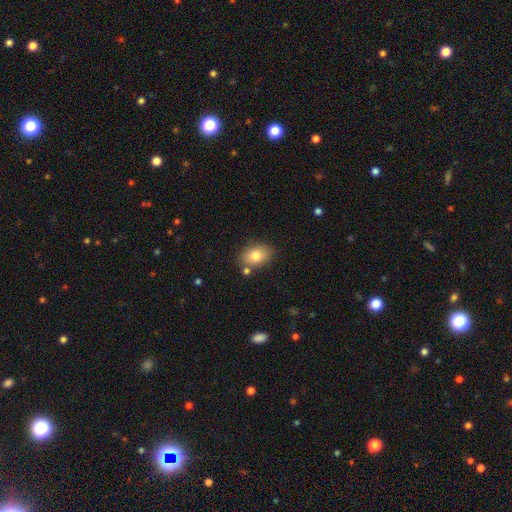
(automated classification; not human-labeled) Smooth or featured: smooth — 79% (featured or disk — 12%)
How rounded: in between — 79% (round — 20%)
Merging: none — 77% (minor disturbance — 13%)